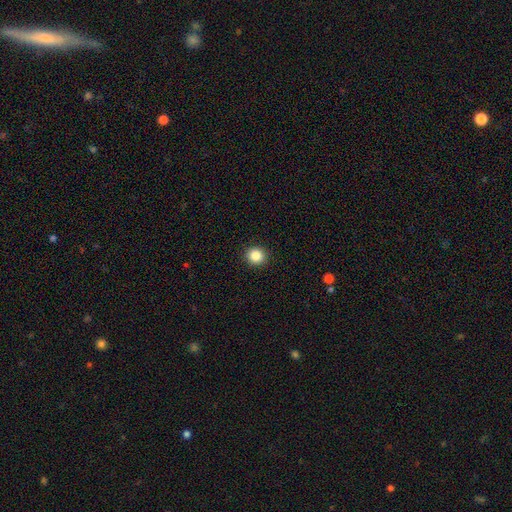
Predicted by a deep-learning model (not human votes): Q: Smooth or featured?
A: smooth (85%); runner-up: star or artifact (11%)
Q: How rounded?
A: round (90%); runner-up: in between (9%)
Q: Merging?
A: none (92%); runner-up: minor disturbance (5%)